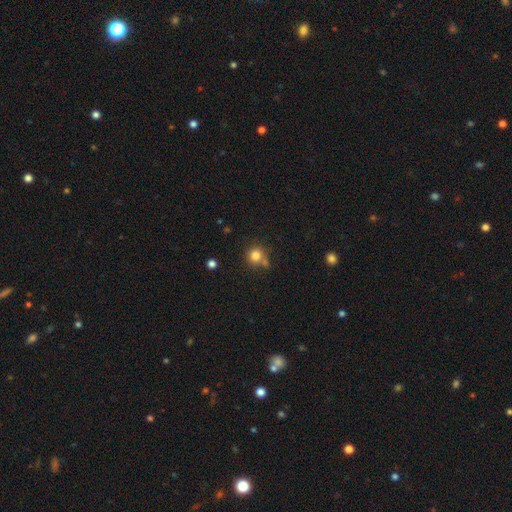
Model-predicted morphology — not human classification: A smooth galaxy with no disk features (81%) that is round (91%). Merging: none (66%).